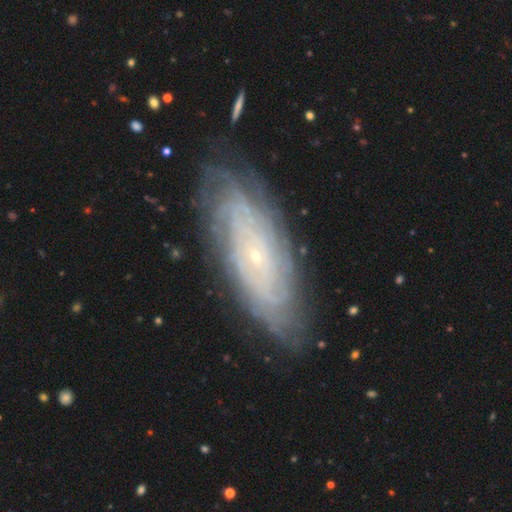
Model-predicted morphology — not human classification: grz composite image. It shows a featured or disk galaxy (83%) with no bar (79%), tight (83%) spiral arms (95%) and a small central bulge (89%). Merging: none (81%).